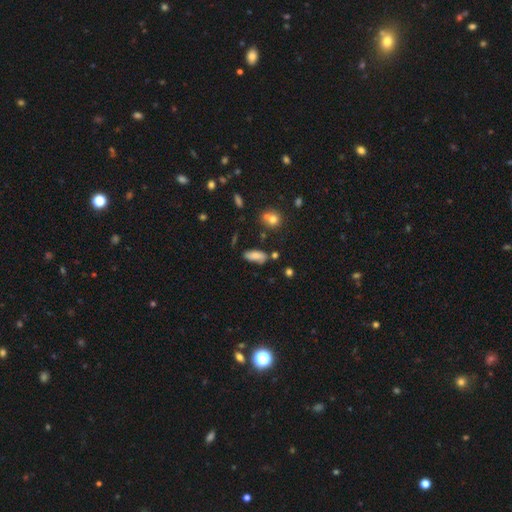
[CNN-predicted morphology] Overall: smooth (74%). How rounded: in between (79%). Merging: none (63%; minor disturbance 24%).